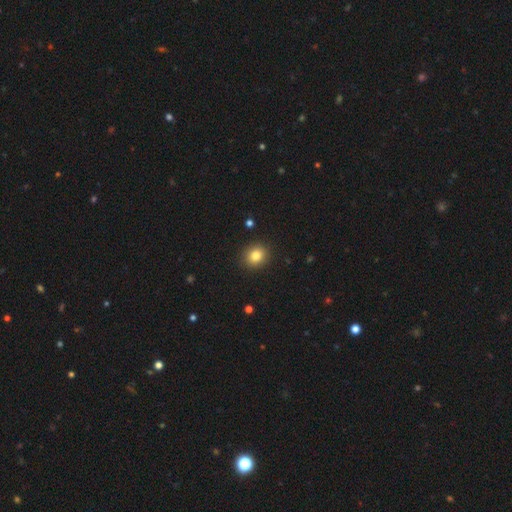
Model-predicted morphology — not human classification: Smooth or featured? smooth (83%)
How rounded? round (73%)
Merging? none (90%)